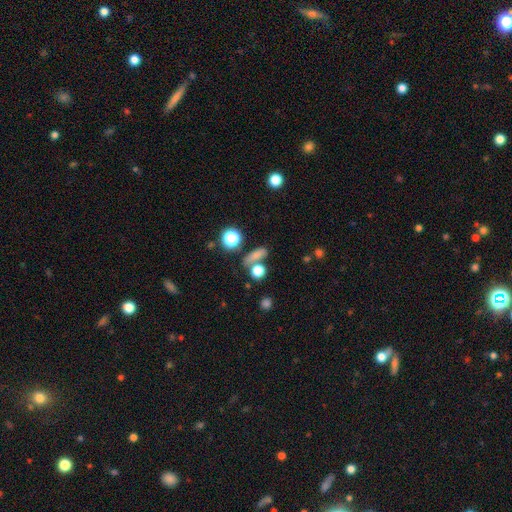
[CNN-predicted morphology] Smooth or featured? Predicted: smooth (p=0.72). How rounded? Predicted: in between (p=0.48). Merging? Predicted: none (p=0.61).